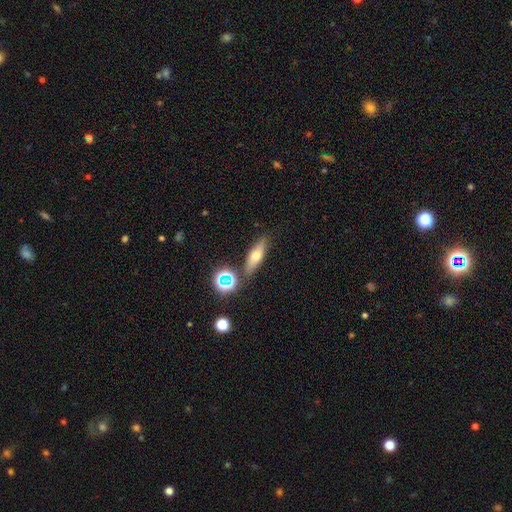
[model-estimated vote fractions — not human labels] This is possibly a smooth galaxy (55%). How rounded: possibly cigar-shaped (47%). Merging: clearly none (82%).